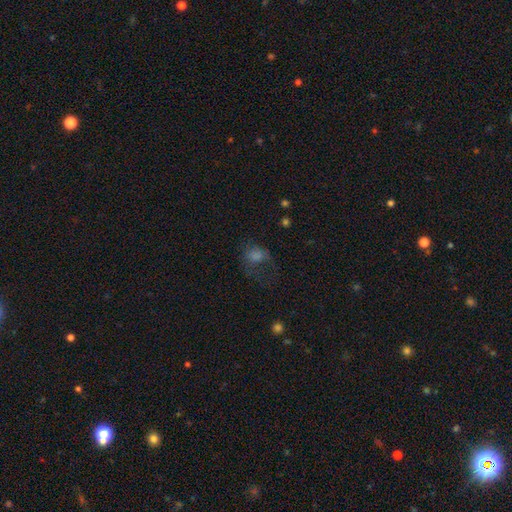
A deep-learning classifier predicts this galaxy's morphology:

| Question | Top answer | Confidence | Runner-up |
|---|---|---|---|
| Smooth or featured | smooth | 54% | star or artifact (23%) |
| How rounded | round | 52% | in between (47%) |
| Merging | major disturbance | 44% | none (34%) |